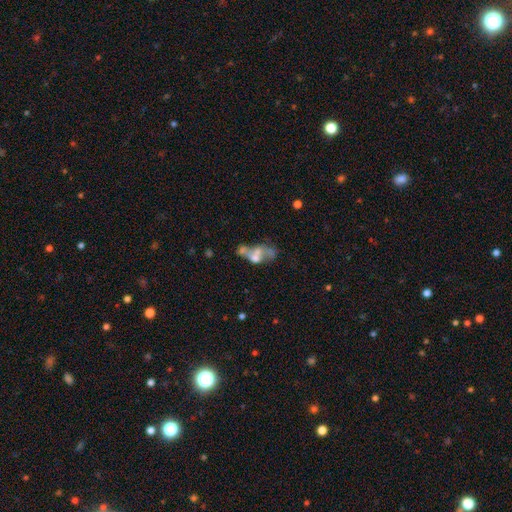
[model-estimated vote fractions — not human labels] Q: Smooth or featured?
A: featured or disk (52%); runner-up: smooth (35%)
Q: Edge-on disk?
A: no (96%); runner-up: yes (4%)
Q: Merging?
A: merger (51%); runner-up: none (21%)